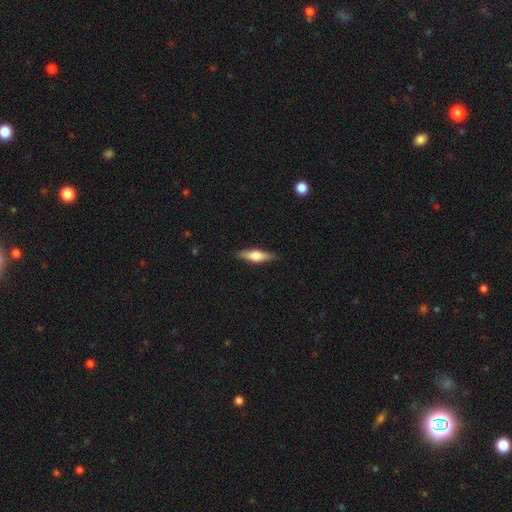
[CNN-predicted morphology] Smooth or featured?
  - smooth: 54% *
  - featured or disk: 40%
  - star or artifact: 6%
How rounded?
  - cigar-shaped: 64% *
  - in between: 34%
  - round: 2%
Merging?
  - none: 88% *
  - minor disturbance: 9%
  - major disturbance: 2%
  - merger: 1%